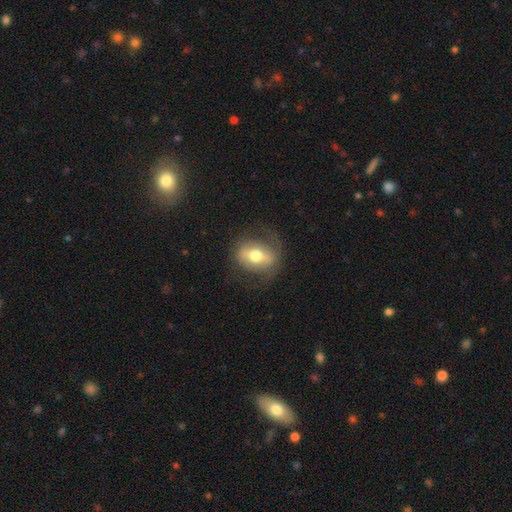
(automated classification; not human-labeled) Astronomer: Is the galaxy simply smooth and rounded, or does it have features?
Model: featured or disk — 54% (runner-up: smooth, 39%).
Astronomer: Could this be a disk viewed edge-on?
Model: no — 80%.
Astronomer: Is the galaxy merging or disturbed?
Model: none — 73%.